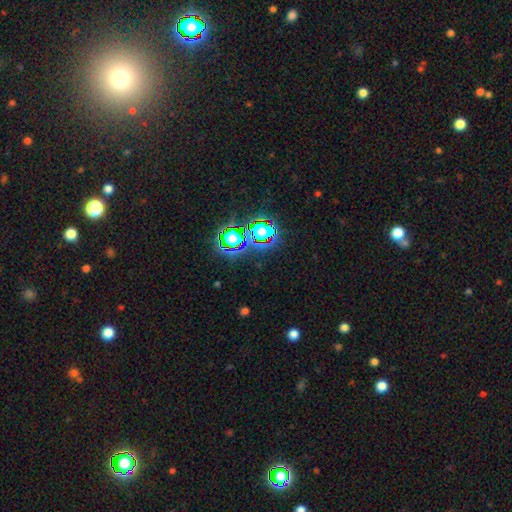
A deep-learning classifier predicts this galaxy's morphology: type=star or artifact (72%).